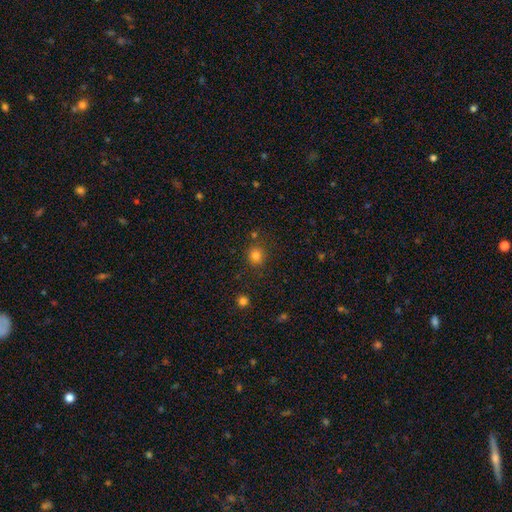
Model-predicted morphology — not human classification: type=smooth (82%); roundness=round (83%); merging=none (82%).